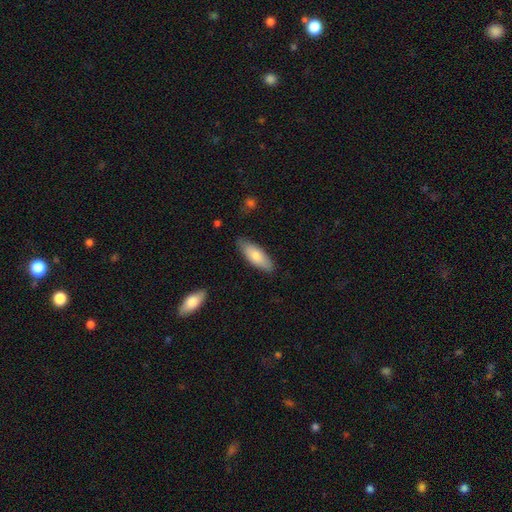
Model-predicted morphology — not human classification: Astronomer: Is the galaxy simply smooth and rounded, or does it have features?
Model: smooth — 76%.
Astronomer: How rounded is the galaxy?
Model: in between — 69%.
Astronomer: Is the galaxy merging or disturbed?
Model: none — 82%.